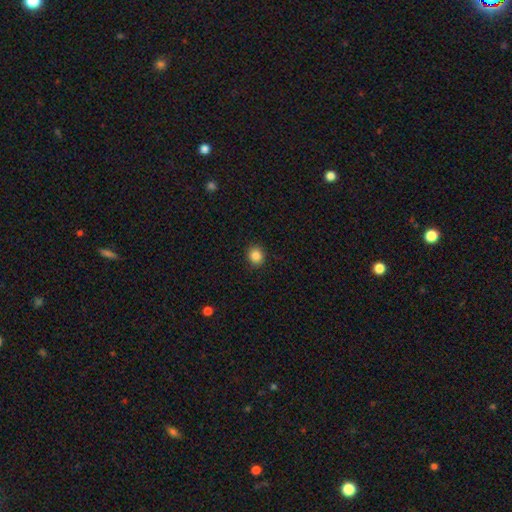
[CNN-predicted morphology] type=smooth (86%); roundness=round (82%); merging=none (91%).